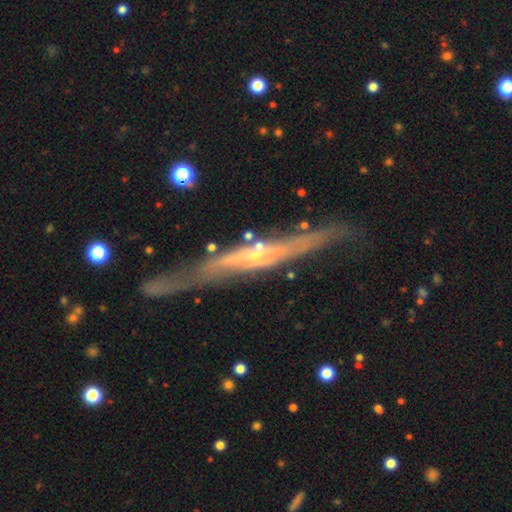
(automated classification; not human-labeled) smooth-or-featured: featured or disk: 80% | smooth: 13% | star or artifact: 7%
  disk-edge-on: yes: 87% | no: 13%
    edge-on-bulge: rounded: 52% | none: 37% | boxy: 11%
  merging: none: 71% | minor disturbance: 20% | major disturbance: 6% | merger: 3%